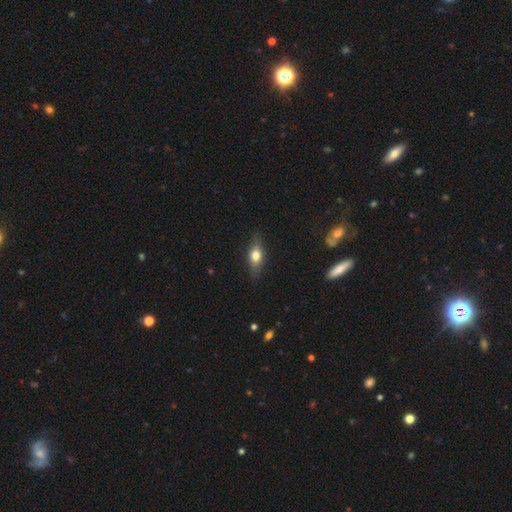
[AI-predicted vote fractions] Overall: smooth (57%; featured or disk 35%). How rounded: in between (64%; cigar-shaped 29%). Merging: none (84%).